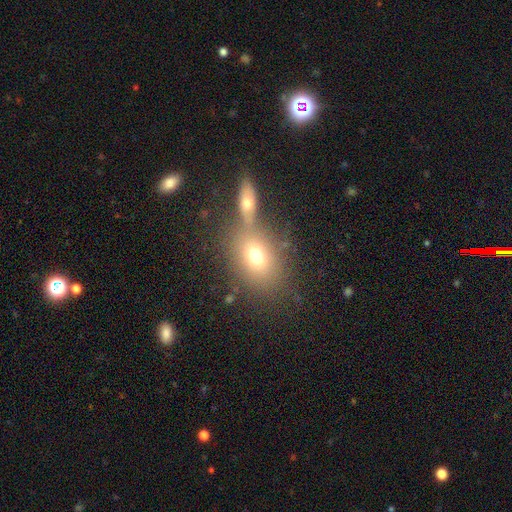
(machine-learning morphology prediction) Smooth or featured? smooth (71%)
How rounded? in between (63%)
Merging? none (56%)